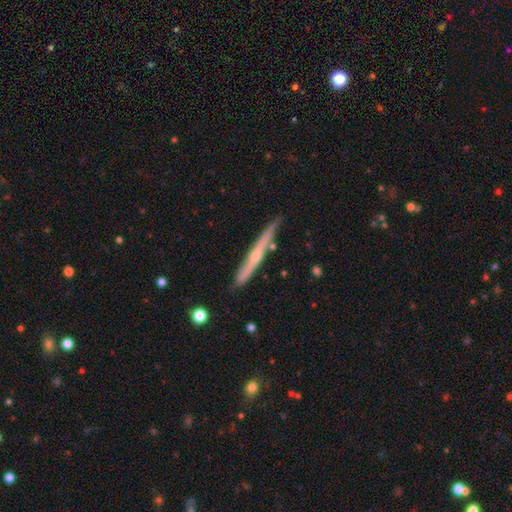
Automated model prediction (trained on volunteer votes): A featured or disk galaxy (64%) viewed edge-on (94%) with a rounded central bulge (59%).

Vote fractions:
- Smooth or featured? featured or disk: 64% / smooth: 30% / star or artifact: 6%
- Edge-on disk? yes: 94% / no: 6%
- Edge-on bulge? rounded: 59% / none: 37% / boxy: 4%
- Merging? none: 79% / minor disturbance: 16% / merger: 3% / major disturbance: 2%